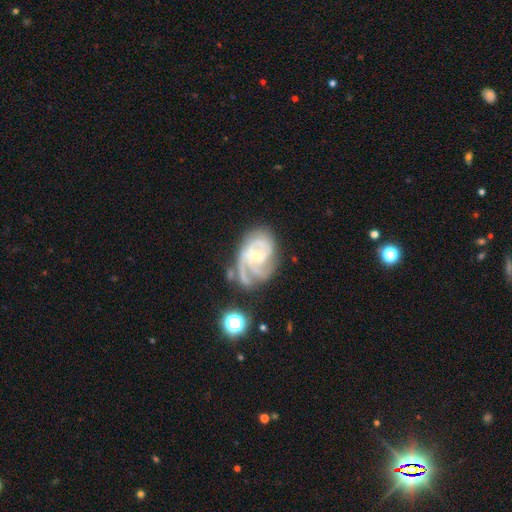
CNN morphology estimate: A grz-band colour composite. It shows a featured or disk galaxy (85%) with no bar (46%), 3 (33%) tight (47%) spiral arms (94%) and a small central bulge (61%). Merging: none (44%).